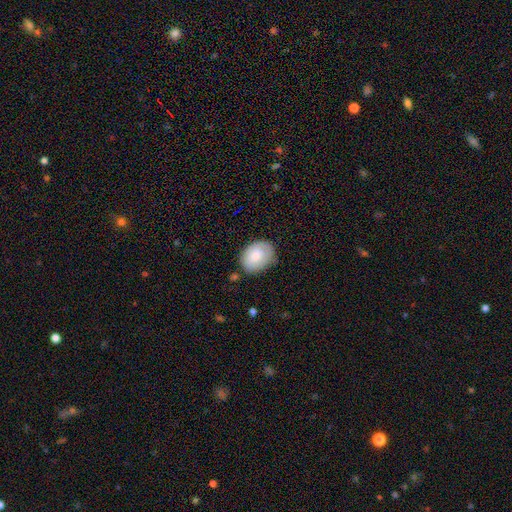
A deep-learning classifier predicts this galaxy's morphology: smooth 73%, featured or disk 20%, star or artifact 6%. Down the decision tree: how rounded — in between (71%); merging — none (73%).